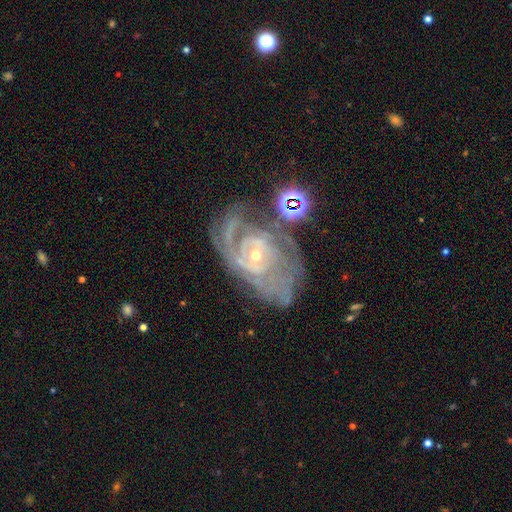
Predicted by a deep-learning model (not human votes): This is clearly a featured or disk galaxy (86%). It is clearly not viewed edge-on (97%). Bar: likely no (69%). Spiral arm pattern: clearly yes (93%). Spiral arm count: marginally can't tell (32%). Spiral winding: likely tight (62%). Central bulge: likely small (64%). Merging: marginally none (44%).